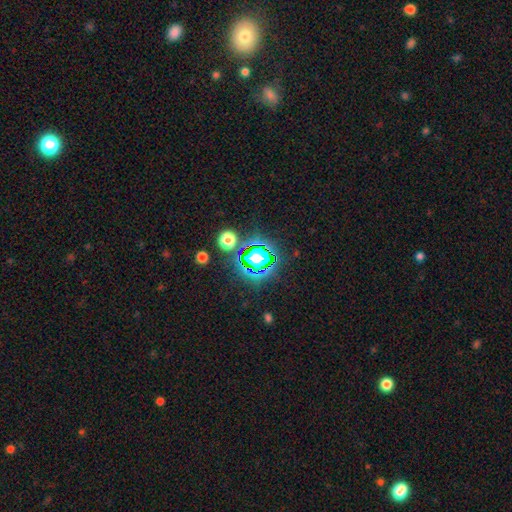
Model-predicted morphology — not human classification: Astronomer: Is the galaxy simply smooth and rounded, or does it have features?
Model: star or artifact — 76%.